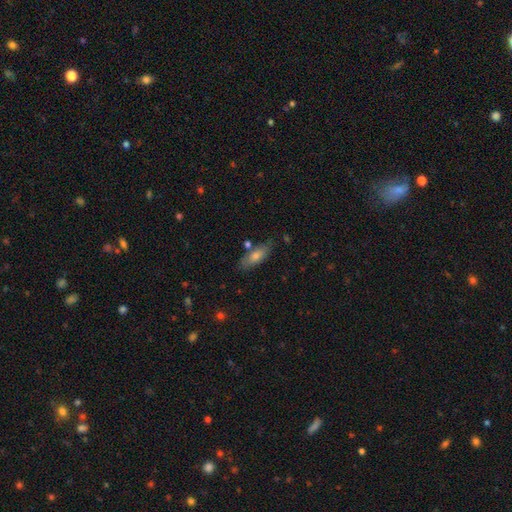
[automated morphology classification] Smooth or featured? Predicted: smooth (p=0.66). How rounded? Predicted: in between (p=0.64). Merging? Predicted: none (p=0.76).